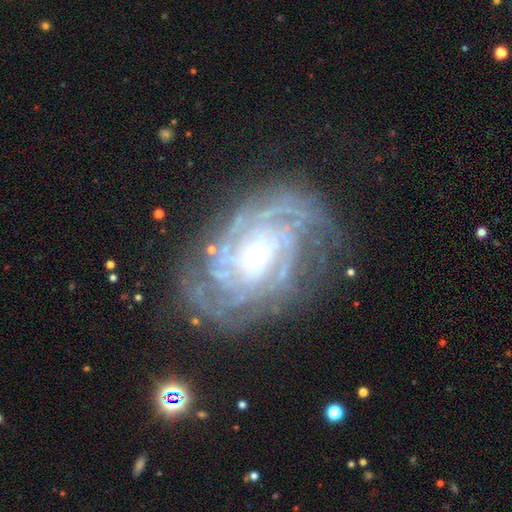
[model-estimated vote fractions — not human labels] Smooth or featured? Predicted: featured or disk (p=0.89). Edge-on disk? Predicted: no (p=0.97). Bar? Predicted: no (p=0.69). Spiral arms? Predicted: yes (p=0.97). Spiral winding? Predicted: tight (p=0.75). Spiral arm count? Predicted: can't tell (p=0.25). Bulge size? Predicted: small (p=0.79). Merging? Predicted: none (p=0.73).